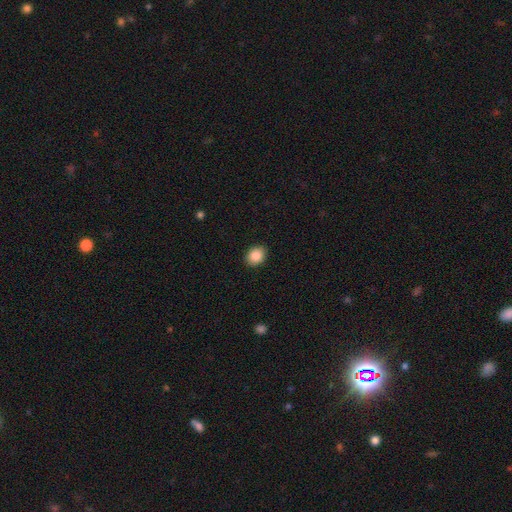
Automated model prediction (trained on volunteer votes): Q: Smooth or featured?
A: smooth (87%); runner-up: star or artifact (8%)
Q: How rounded?
A: in between (52%); runner-up: round (47%)
Q: Merging?
A: none (90%); runner-up: minor disturbance (7%)